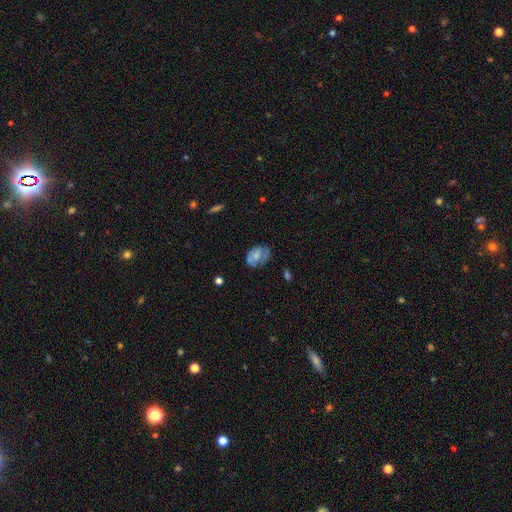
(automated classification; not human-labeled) A smooth galaxy with no disk features (54%) that is in between round and cigar-shaped (79%). Merging: none (54%).